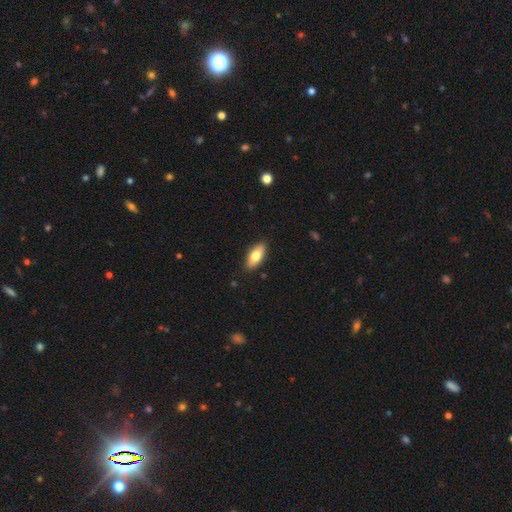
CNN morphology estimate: Overall: smooth (74%). How rounded: in between (80%). Merging: none (88%).